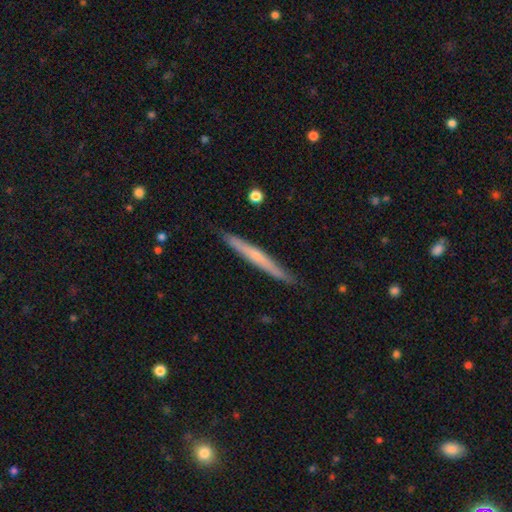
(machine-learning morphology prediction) Smooth or featured? featured or disk (51%)
Edge-on disk? yes (95%)
Merging? none (87%)